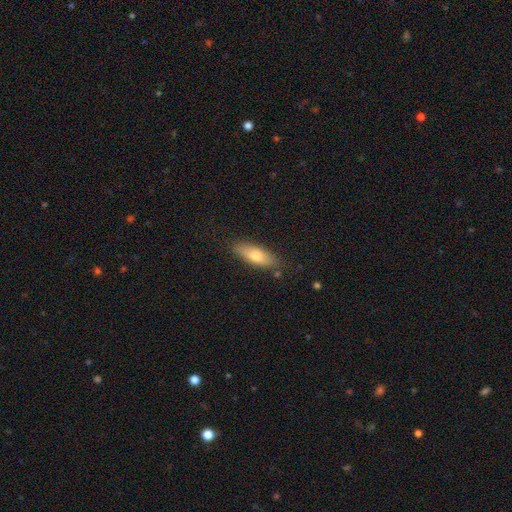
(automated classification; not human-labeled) The model was most divided on "how rounded": in between: 56%, cigar-shaped: 41%, round: 2%. More confident: merging — none (84%); smooth or featured — smooth (72%).